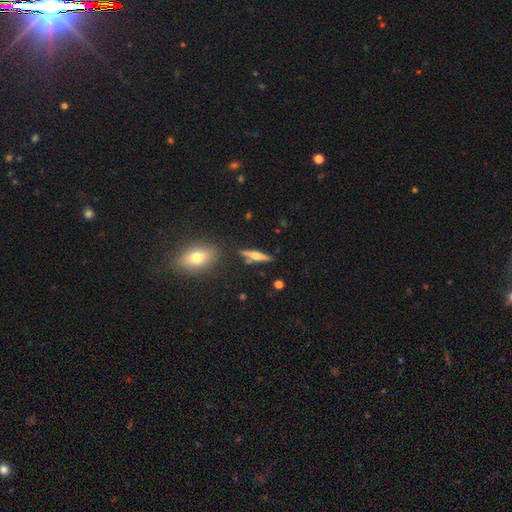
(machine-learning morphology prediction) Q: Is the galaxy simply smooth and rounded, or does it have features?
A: featured or disk — 53%.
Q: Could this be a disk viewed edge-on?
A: yes — 95%.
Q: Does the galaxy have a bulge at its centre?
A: rounded — 83%.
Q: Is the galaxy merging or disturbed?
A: none — 81%.